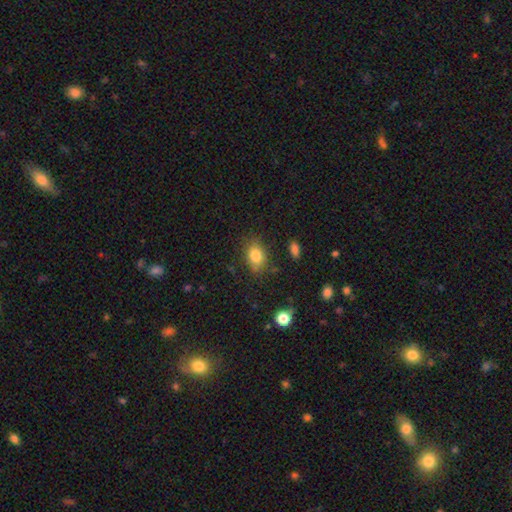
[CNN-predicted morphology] smooth-or-featured: smooth: 82% | star or artifact: 10% | featured or disk: 9%
  how-rounded: in between: 74% | round: 24% | cigar-shaped: 2%
  merging: none: 76% | minor disturbance: 17% | major disturbance: 4% | merger: 3%